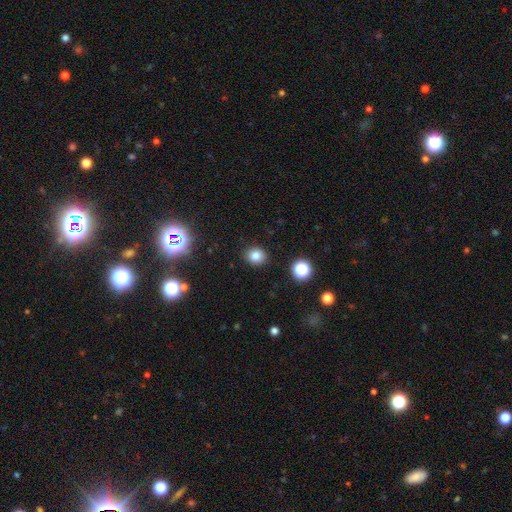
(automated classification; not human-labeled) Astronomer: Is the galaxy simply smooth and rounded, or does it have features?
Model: smooth — 81%.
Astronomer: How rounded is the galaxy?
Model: round — 72%.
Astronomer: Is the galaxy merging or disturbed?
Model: none — 89%.